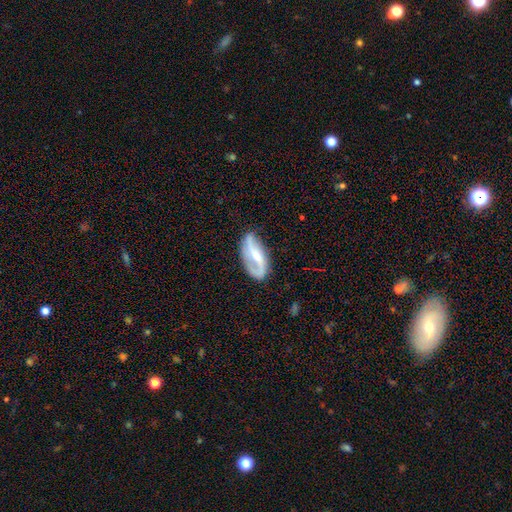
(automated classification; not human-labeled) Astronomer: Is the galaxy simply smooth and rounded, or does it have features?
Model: featured or disk — 76%.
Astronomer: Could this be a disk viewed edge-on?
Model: no — 94%.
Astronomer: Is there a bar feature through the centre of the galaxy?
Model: weak — 38%, tied with strong at 38%.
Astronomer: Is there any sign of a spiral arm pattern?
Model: yes — 88%.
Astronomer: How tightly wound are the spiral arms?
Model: loose — 58%.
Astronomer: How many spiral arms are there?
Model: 2 — 78%.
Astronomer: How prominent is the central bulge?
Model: small — 46% (runner-up: moderate, 44%).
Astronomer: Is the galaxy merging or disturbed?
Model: none — 63%.